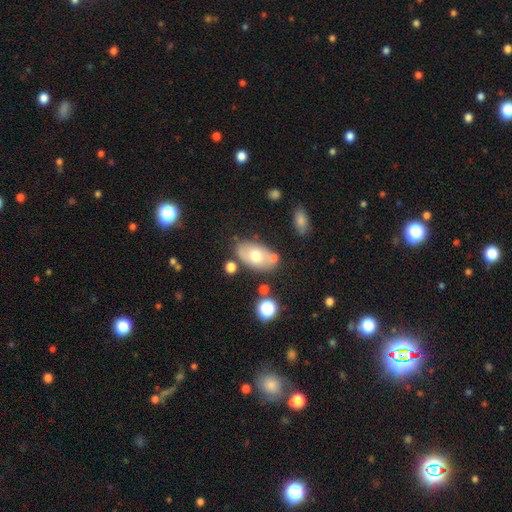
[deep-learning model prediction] The model was most divided on "smooth or featured": smooth: 62%, featured or disk: 30%, star or artifact: 8%. More confident: how rounded — in between (91%); merging — none (70%).